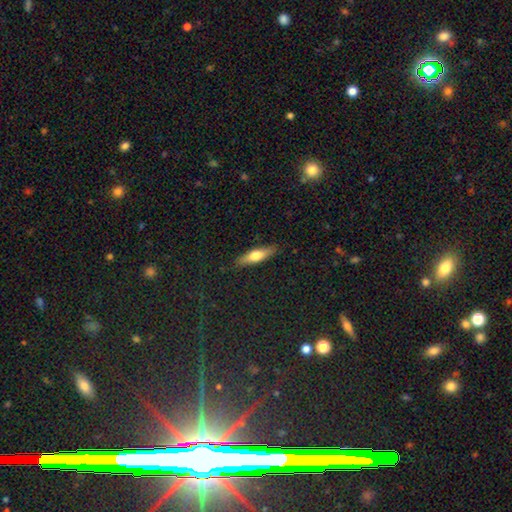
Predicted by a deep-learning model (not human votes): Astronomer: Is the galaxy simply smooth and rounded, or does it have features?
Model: smooth — 61%.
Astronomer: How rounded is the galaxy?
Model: cigar-shaped — 68%.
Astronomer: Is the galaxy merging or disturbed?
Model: none — 87%.